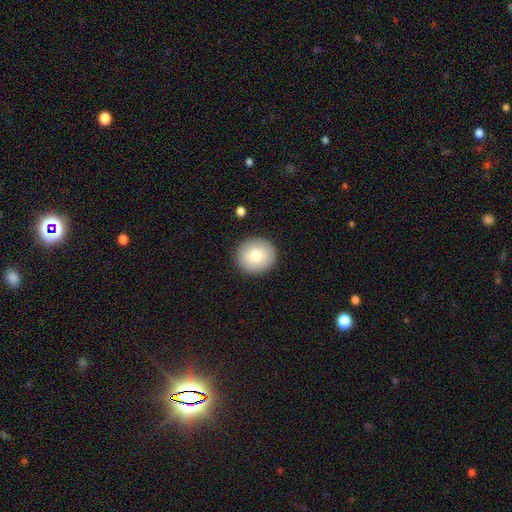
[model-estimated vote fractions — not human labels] This appears to be a smooth galaxy with no disk features (79%) that is round (92%). Merging: none (91%).